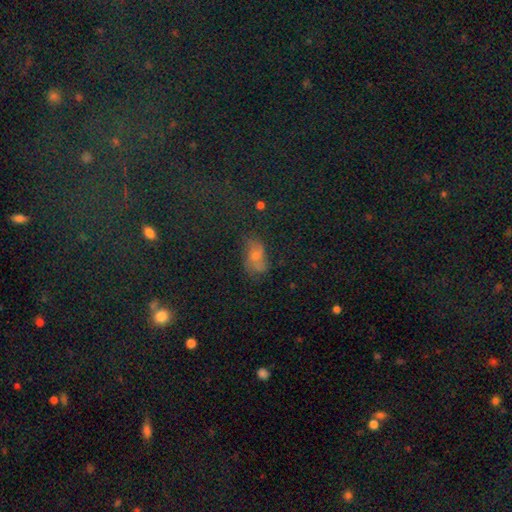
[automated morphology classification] Q: Smooth or featured?
A: smooth (40%); runner-up: featured or disk (31%)
Q: Merging?
A: none (56%); runner-up: minor disturbance (23%)